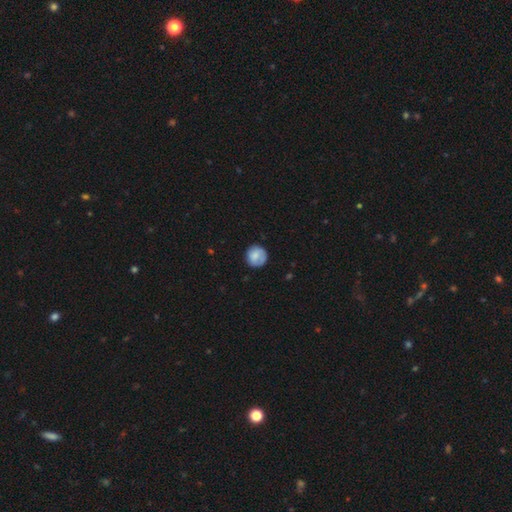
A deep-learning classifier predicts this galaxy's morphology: Overall: smooth (76%). How rounded: round (91%). Merging: none (79%).